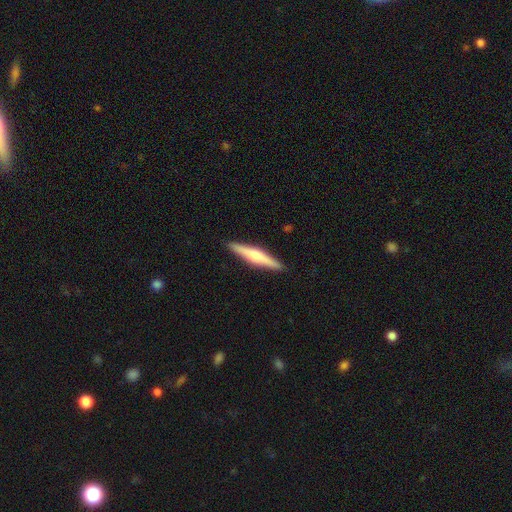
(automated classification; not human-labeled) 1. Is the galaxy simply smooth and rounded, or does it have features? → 55% featured or disk, 40% smooth, 5% star or artifact.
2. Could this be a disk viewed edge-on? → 97% yes, 3% no.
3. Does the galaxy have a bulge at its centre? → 76% rounded, 12% none, 11% boxy.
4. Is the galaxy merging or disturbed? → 91% none, 6% minor disturbance, 1% major disturbance, 1% merger.